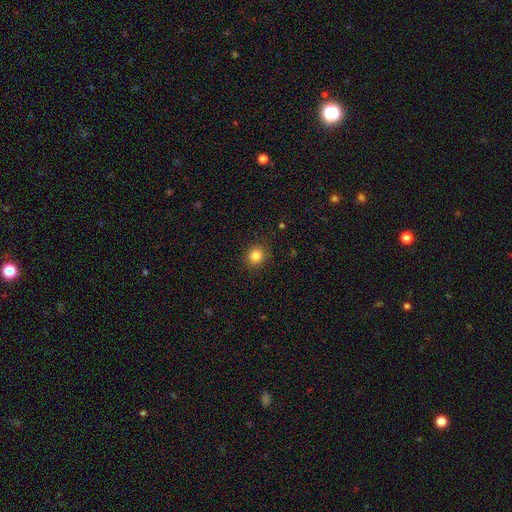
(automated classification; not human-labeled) Smooth or featured? Predicted: smooth (p=0.84). How rounded? Predicted: round (p=0.83). Merging? Predicted: none (p=0.89).